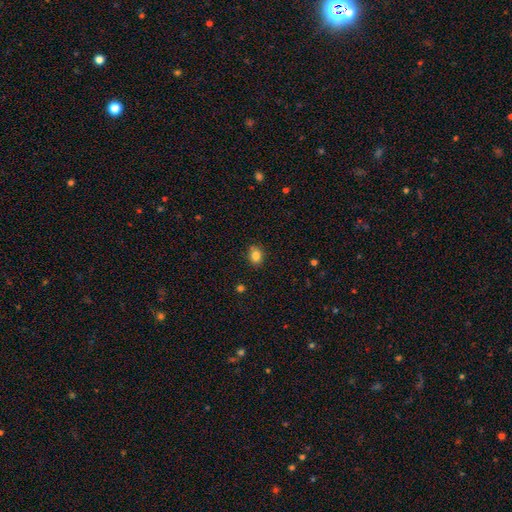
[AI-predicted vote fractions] Smooth or featured? smooth (84%)
How rounded? in between (50%)
Merging? none (87%)